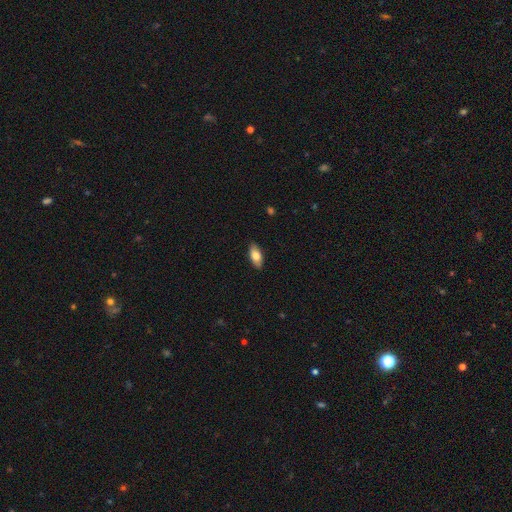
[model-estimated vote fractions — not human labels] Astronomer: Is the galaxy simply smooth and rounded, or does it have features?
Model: smooth — 77%.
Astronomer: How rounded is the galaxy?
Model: in between — 87%.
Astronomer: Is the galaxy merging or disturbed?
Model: none — 87%.